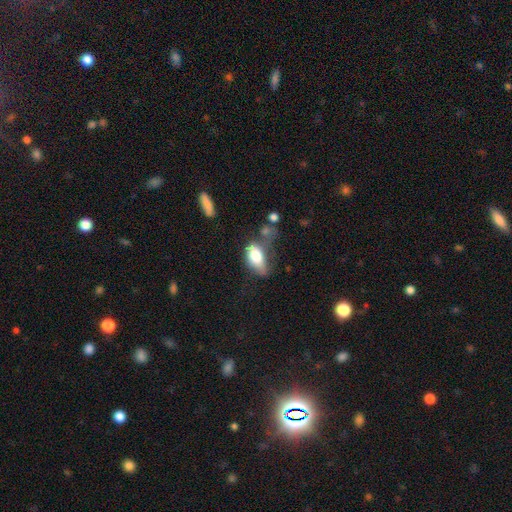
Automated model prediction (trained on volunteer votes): Overall: smooth (73%). How rounded: in between (89%). Merging: major disturbance (35%; minor disturbance 28%).